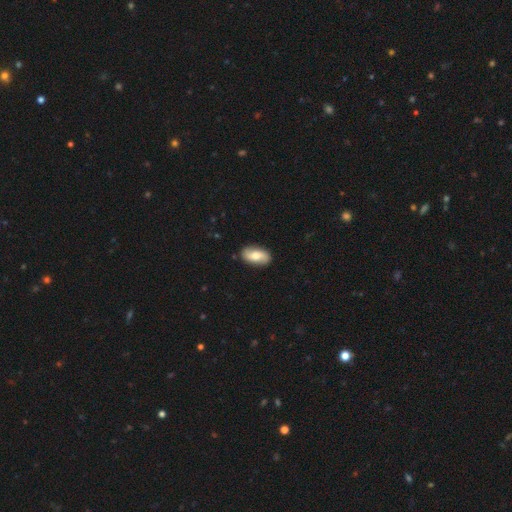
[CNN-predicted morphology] smooth_or_featured: smooth (p=0.59) [alt: featured or disk p=0.35]
how_rounded: in between (p=0.91) [alt: round p=0.05]
merging: none (p=0.86) [alt: minor disturbance p=0.11]